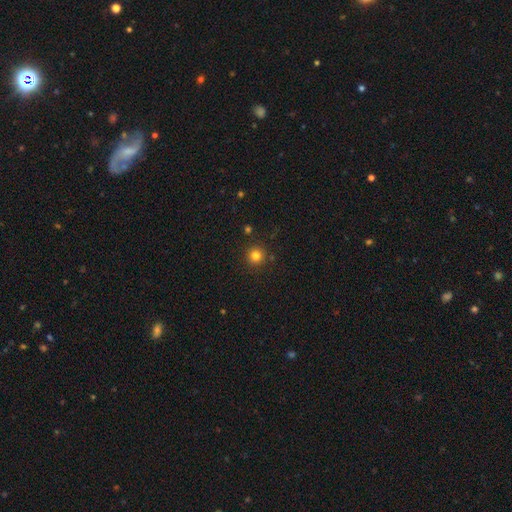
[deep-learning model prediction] The model was most divided on "smooth or featured": smooth: 81%, star or artifact: 14%, featured or disk: 6%. More confident: how rounded — round (95%); merging — none (89%).